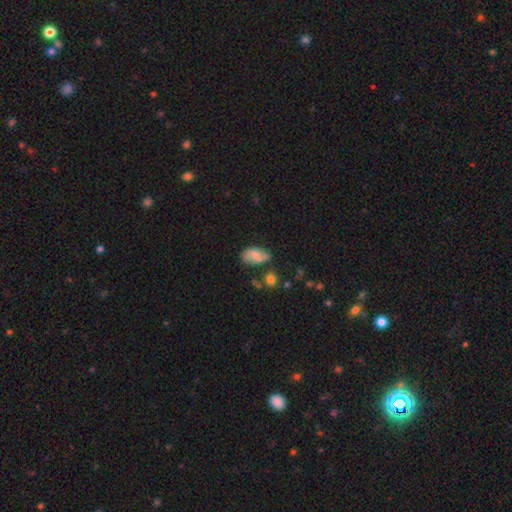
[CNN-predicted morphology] type=smooth (63%); roundness=in between (92%); merging=none (59%).